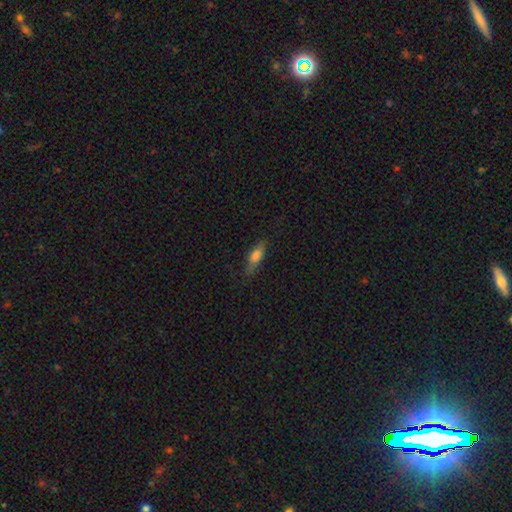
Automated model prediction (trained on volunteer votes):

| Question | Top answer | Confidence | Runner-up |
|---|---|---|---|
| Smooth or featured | smooth | 73% | featured or disk (19%) |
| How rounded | in between | 58% | cigar-shaped (39%) |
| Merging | none | 72% | minor disturbance (21%) |